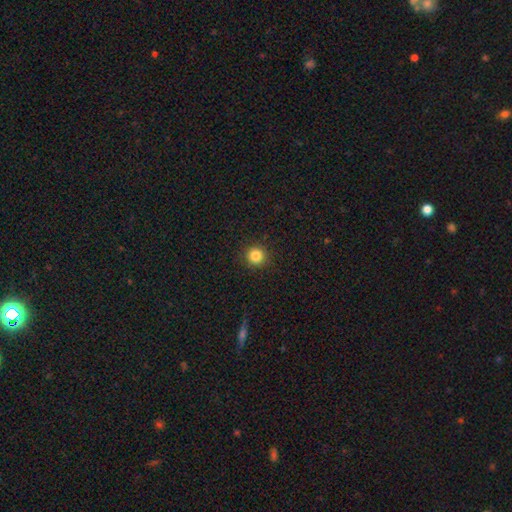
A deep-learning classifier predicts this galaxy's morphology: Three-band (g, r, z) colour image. It shows a smooth galaxy with no disk features (84%) that is round (94%). Merging: none (92%).